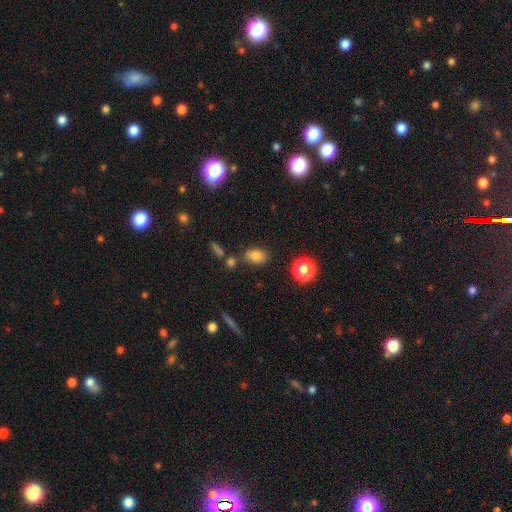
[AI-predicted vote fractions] This is clearly a smooth galaxy (80%). How rounded: clearly in between (81%). Merging: likely none (72%).